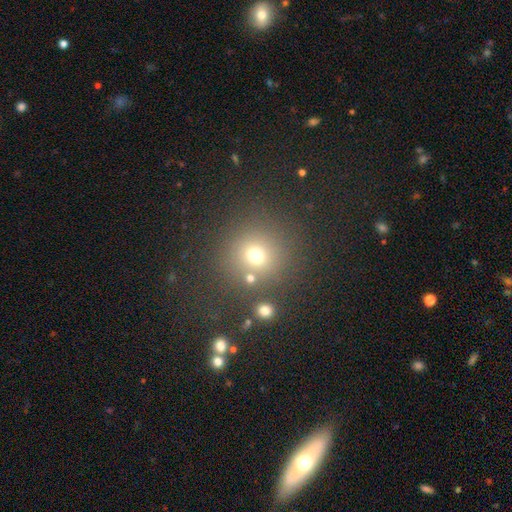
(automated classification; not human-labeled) smooth 69%, star or artifact 22%, featured or disk 9%. Down the decision tree: how rounded — round (91%); merging — none (78%).